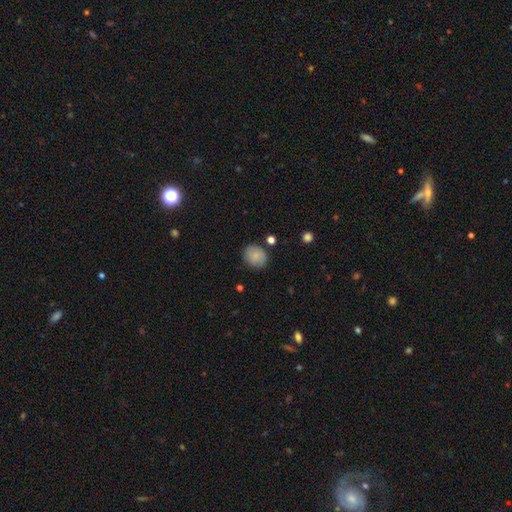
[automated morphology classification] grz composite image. It shows a smooth galaxy with no disk features (83%) that is round (66%). Merging: none (82%).